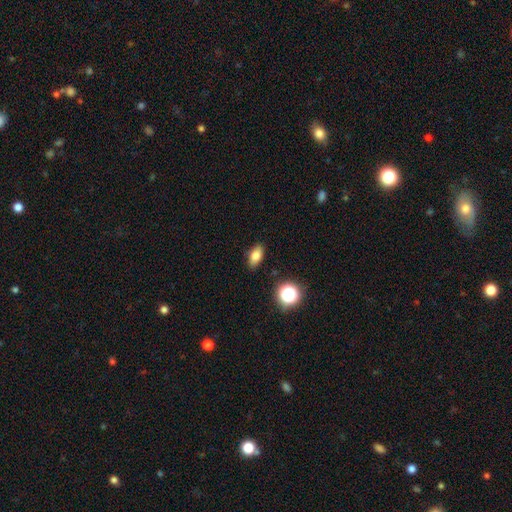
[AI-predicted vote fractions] Overall: smooth (78%). How rounded: in between (84%). Merging: none (87%).